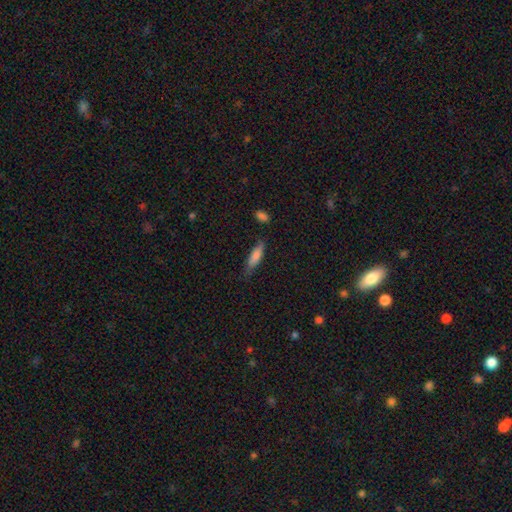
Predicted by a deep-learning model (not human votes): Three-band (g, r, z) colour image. It shows a smooth galaxy with no disk features (78%) that is cigar-shaped (64%). Merging: none (71%).